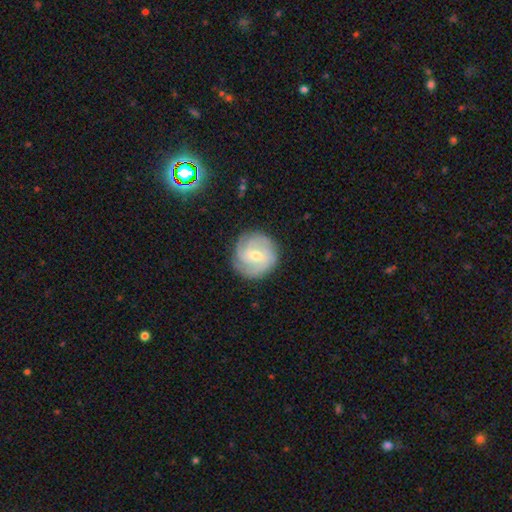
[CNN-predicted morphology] Smooth or featured: featured or disk — 75% (smooth — 19%)
Edge-on disk: no — 98% (yes — 2%)
Bar: weak — 49% (no — 42%)
Spiral arms: yes — 94% (no — 6%)
Spiral winding: tight — 63% (medium — 29%)
Spiral arm count: 3 — 31% (can't tell — 25%)
Bulge size: moderate — 51% (small — 44%)
Merging: none — 84% (minor disturbance — 11%)